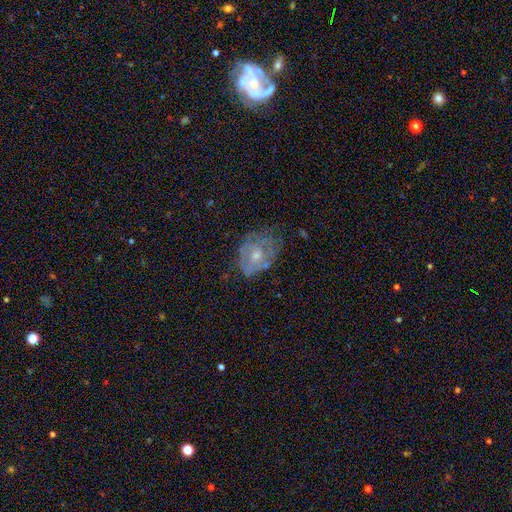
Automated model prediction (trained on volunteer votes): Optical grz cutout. It shows a featured or disk galaxy (57%) with no bar (75%), spiral arms (51%) and a moderate central bulge (49%). Merging: none (44%).